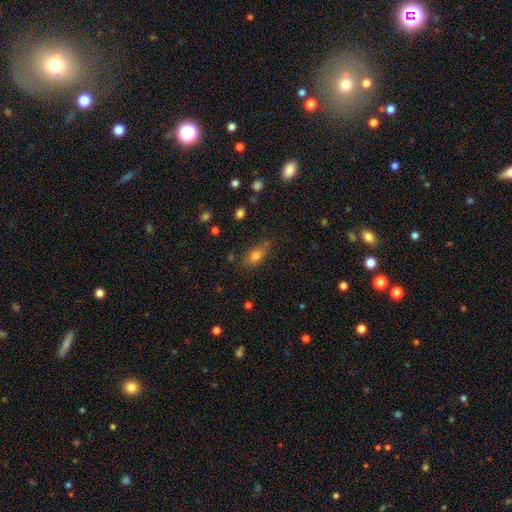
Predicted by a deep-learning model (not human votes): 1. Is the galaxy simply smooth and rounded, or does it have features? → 78% smooth, 11% star or artifact, 11% featured or disk.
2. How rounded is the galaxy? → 82% in between, 11% round, 7% cigar-shaped.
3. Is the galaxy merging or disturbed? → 73% none, 16% minor disturbance, 6% merger, 5% major disturbance.